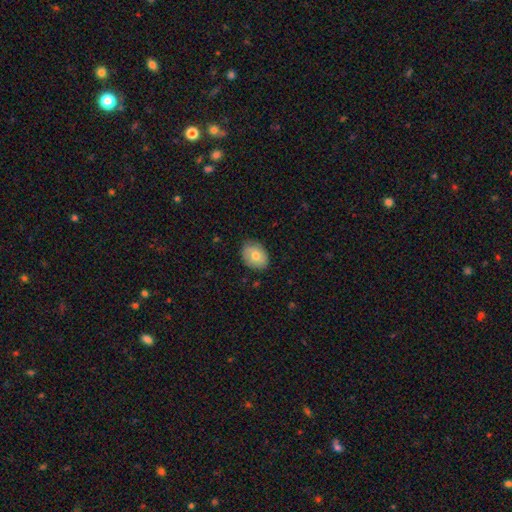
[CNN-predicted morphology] Overall: smooth (75%). How rounded: in between (70%). Merging: none (82%).